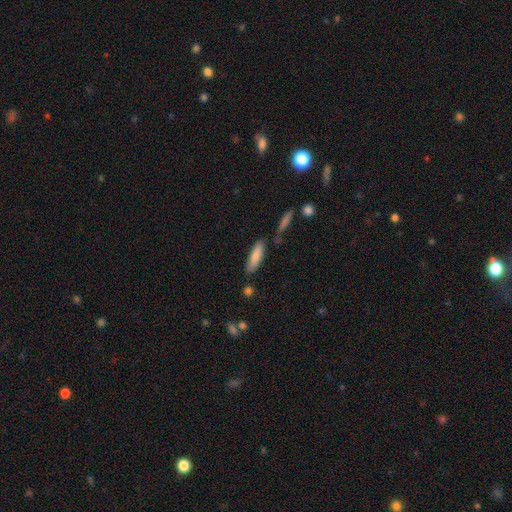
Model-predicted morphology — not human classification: Smooth or featured: smooth — 82% (featured or disk — 11%)
How rounded: cigar-shaped — 61% (in between — 38%)
Merging: none — 75% (minor disturbance — 14%)